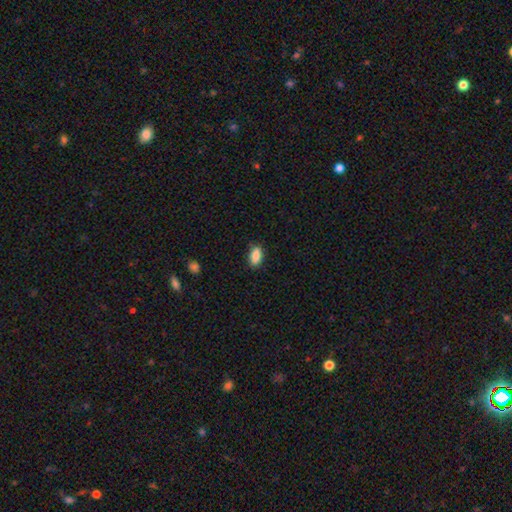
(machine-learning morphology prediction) Smooth or featured?
  - smooth: 88% *
  - star or artifact: 8%
  - featured or disk: 4%
How rounded?
  - in between: 88% *
  - cigar-shaped: 9%
  - round: 4%
Merging?
  - none: 83% *
  - minor disturbance: 13%
  - major disturbance: 3%
  - merger: 1%